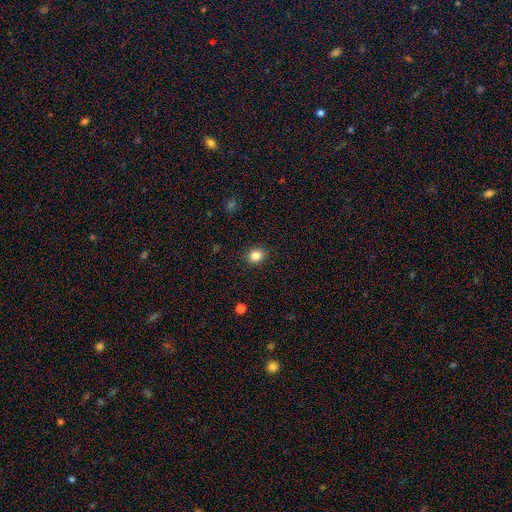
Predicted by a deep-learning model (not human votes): Morphology: type=smooth (85%); roundness=round (58%); merging=none (89%).